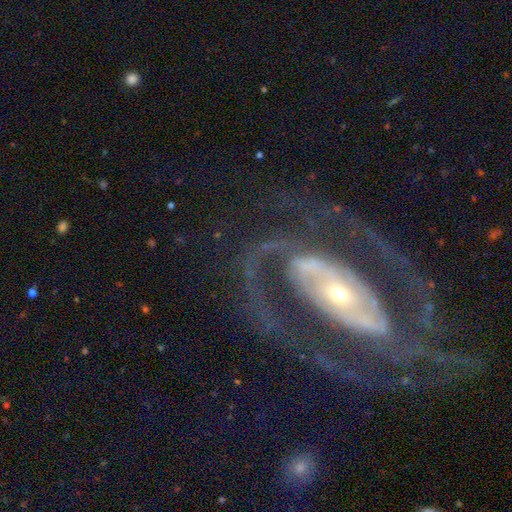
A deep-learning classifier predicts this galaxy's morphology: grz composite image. It shows a featured or disk galaxy (89%) with a strong bar (43%), 2 (79%) medium (47%) spiral arms (94%) and a small central bulge (61%). Merging: none (71%).